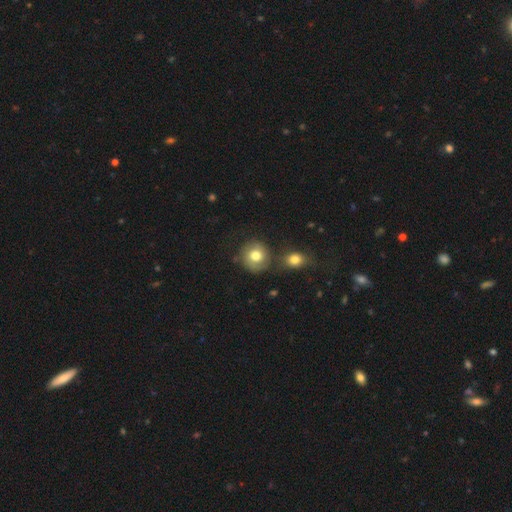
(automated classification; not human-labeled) A smooth galaxy with no disk features (71%) that is round (86%). Merging: none (67%).